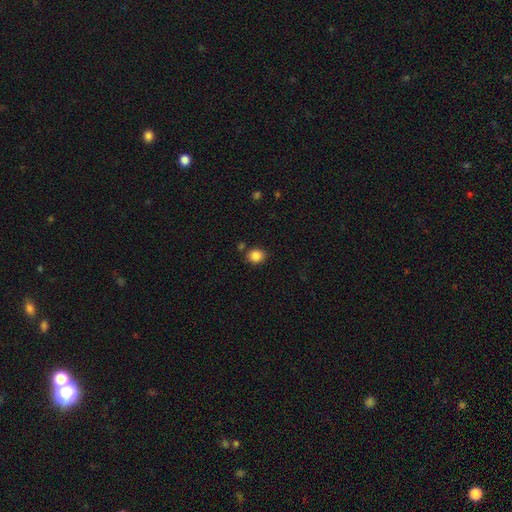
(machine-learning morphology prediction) Smooth or featured? smooth (86%)
How rounded? round (74%)
Merging? none (80%)